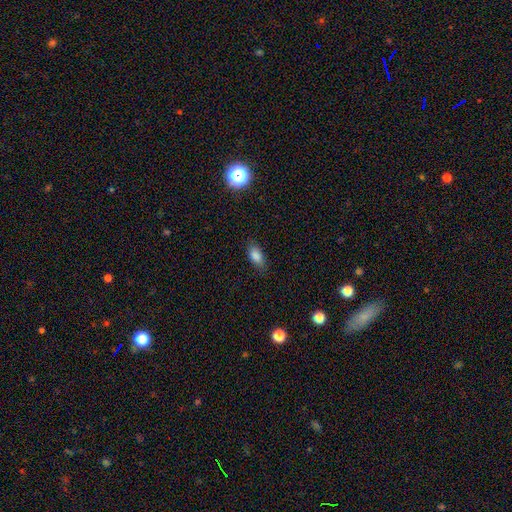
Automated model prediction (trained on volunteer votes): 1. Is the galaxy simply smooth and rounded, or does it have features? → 84% smooth, 10% star or artifact, 6% featured or disk.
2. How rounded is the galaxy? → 88% in between, 7% cigar-shaped, 5% round.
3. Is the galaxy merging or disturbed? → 81% none, 15% minor disturbance, 3% major disturbance, 1% merger.